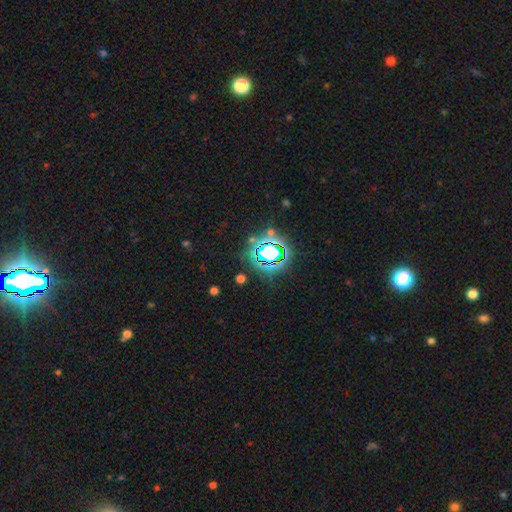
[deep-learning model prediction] Smooth or featured?
  - star or artifact: 83% *
  - smooth: 10%
  - featured or disk: 7%